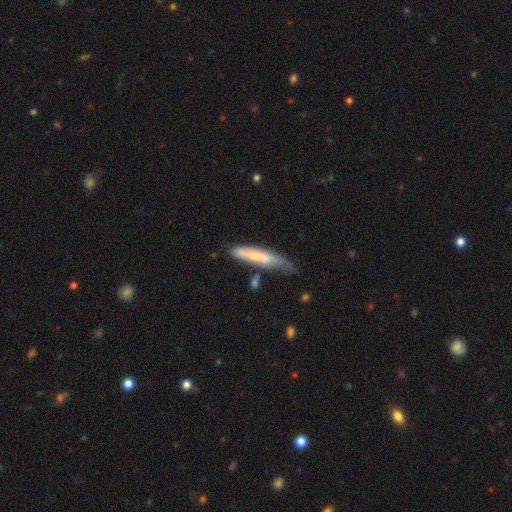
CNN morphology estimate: smooth 56%, featured or disk 38%, star or artifact 6%. Down the decision tree: how rounded — cigar-shaped (89%); merging — none (49%).